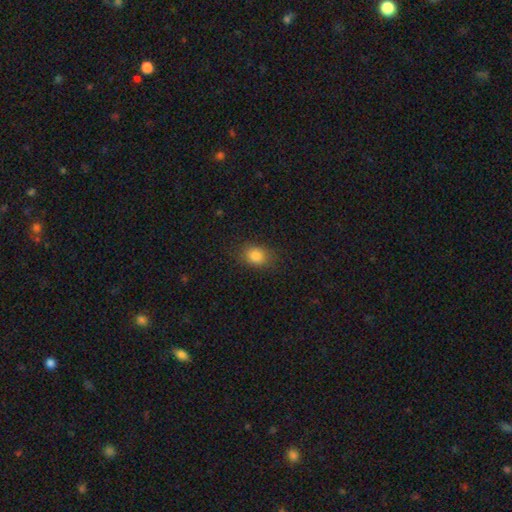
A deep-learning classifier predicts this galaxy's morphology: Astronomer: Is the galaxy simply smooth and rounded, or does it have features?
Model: smooth — 84%.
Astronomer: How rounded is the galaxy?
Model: in between — 64%.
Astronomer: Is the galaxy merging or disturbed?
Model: none — 82%.